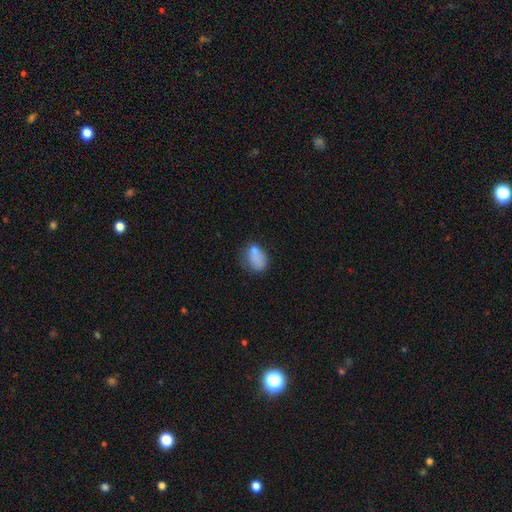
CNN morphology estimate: This is likely a smooth galaxy (76%). How rounded: likely in between (74%). Merging: possibly none (46%).